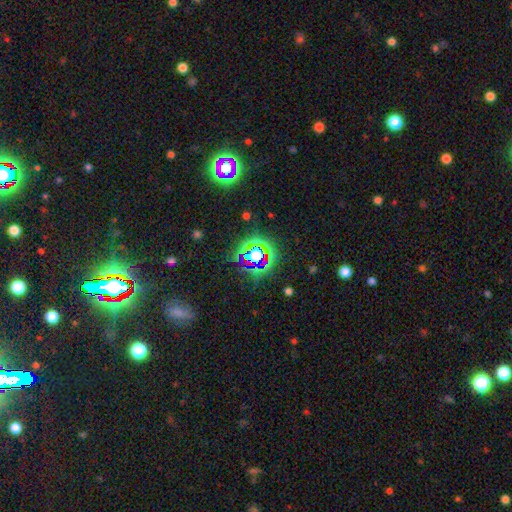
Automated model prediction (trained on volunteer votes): This is likely a star or artifact rather than a galaxy (67%).